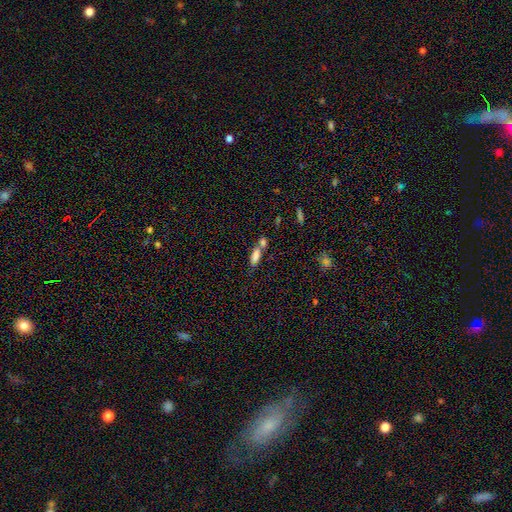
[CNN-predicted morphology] Smooth or featured?
  - smooth: 74% *
  - featured or disk: 14%
  - star or artifact: 11%
How rounded?
  - in between: 66% *
  - cigar-shaped: 30%
  - round: 4%
Merging?
  - merger: 50% *
  - none: 32%
  - minor disturbance: 11%
  - major disturbance: 6%